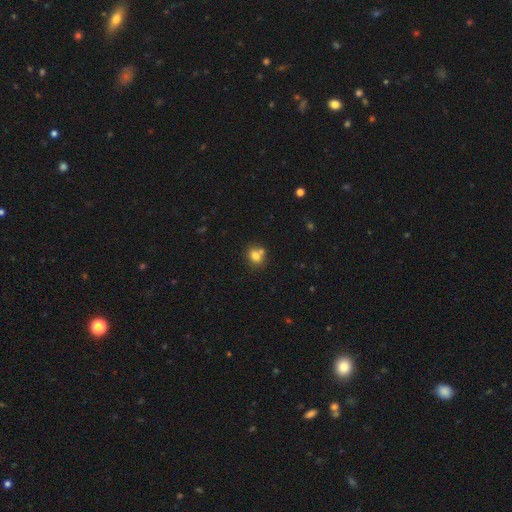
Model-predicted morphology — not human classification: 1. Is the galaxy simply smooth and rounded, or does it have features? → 77% smooth, 11% star or artifact, 11% featured or disk.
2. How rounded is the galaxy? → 59% round, 40% in between, 1% cigar-shaped.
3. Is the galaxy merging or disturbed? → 56% none, 29% merger, 12% minor disturbance, 3% major disturbance.